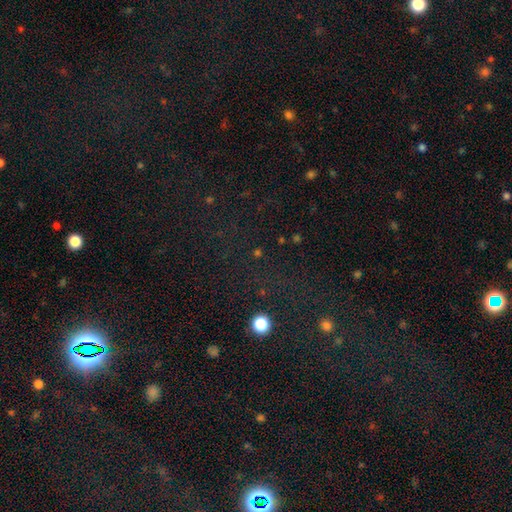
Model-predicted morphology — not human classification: This appears to be a star or artifact, not a galaxy (73%).